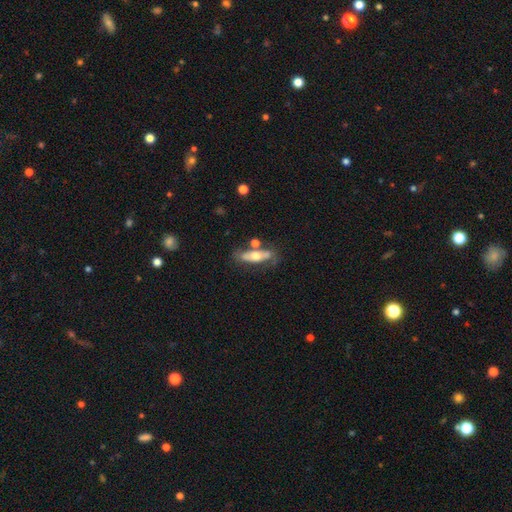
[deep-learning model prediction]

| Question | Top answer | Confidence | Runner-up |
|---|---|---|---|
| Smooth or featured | featured or disk | 49% | smooth (45%) |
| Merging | none | 56% | minor disturbance (18%) |